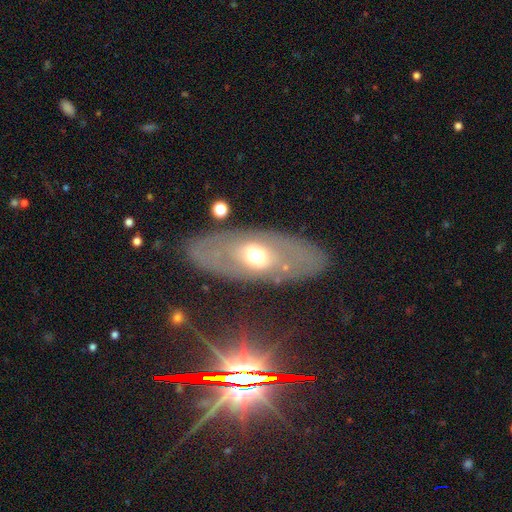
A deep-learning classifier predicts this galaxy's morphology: Smooth or featured: featured or disk — 56% (smooth — 35%)
Edge-on disk: no — 78% (yes — 22%)
Merging: none — 75% (minor disturbance — 13%)